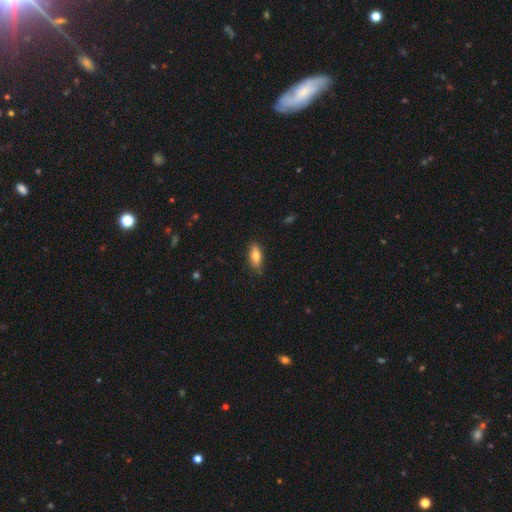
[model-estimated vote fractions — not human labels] Smooth or featured: smooth — 76% (featured or disk — 17%)
How rounded: in between — 78% (cigar-shaped — 19%)
Merging: none — 81% (minor disturbance — 15%)